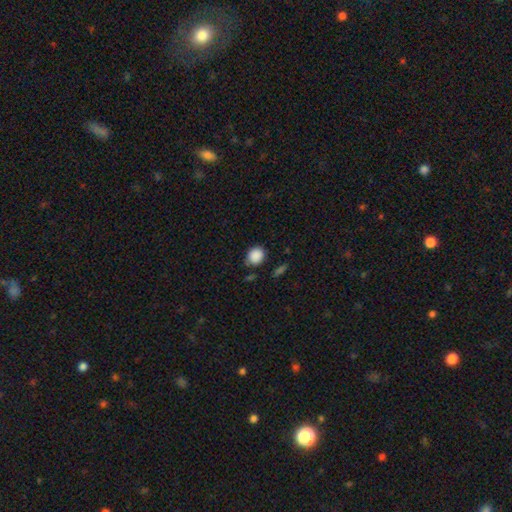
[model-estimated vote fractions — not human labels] smooth_or_featured: smooth (p=0.88) [alt: star or artifact p=0.09]
how_rounded: round (p=0.70) [alt: in between p=0.29]
merging: none (p=0.75) [alt: minor disturbance p=0.17]